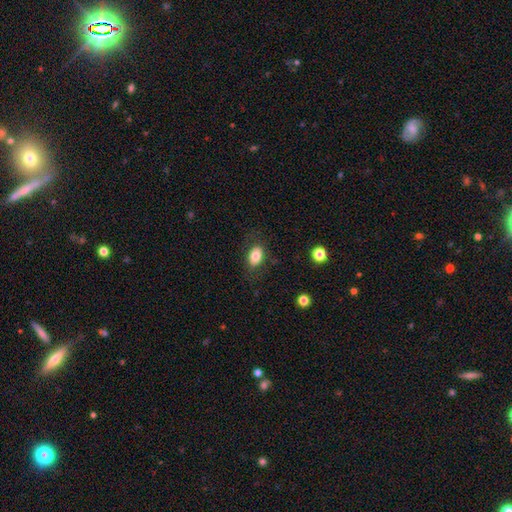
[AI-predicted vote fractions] Smooth or featured: smooth — 79% (featured or disk — 13%)
How rounded: in between — 87% (round — 12%)
Merging: none — 79% (minor disturbance — 14%)